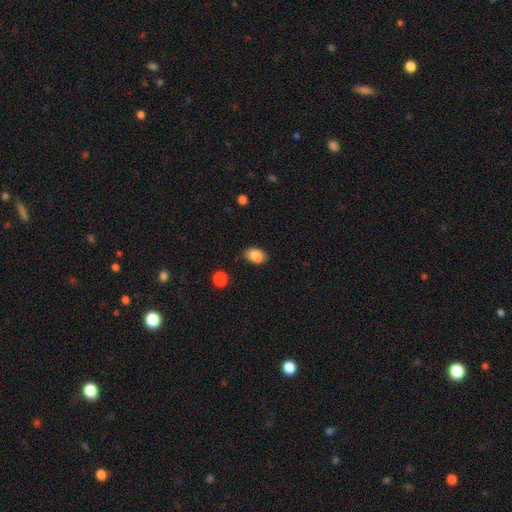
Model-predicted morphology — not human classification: This is clearly a smooth galaxy (87%). How rounded: clearly in between (86%). Merging: likely none (78%).